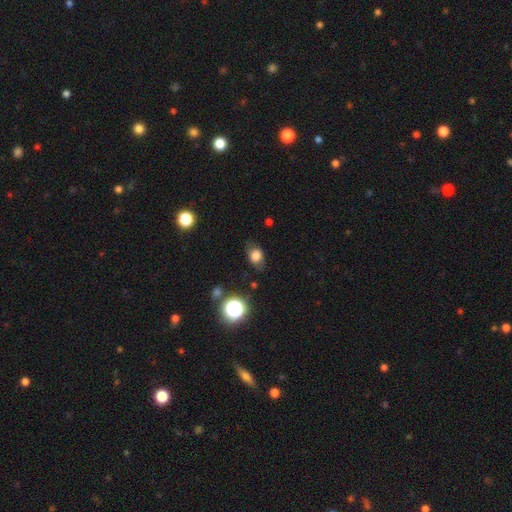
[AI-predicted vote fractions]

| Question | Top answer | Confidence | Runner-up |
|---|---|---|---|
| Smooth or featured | smooth | 76% | star or artifact (13%) |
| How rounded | in between | 63% | round (36%) |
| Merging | none | 70% | minor disturbance (22%) |